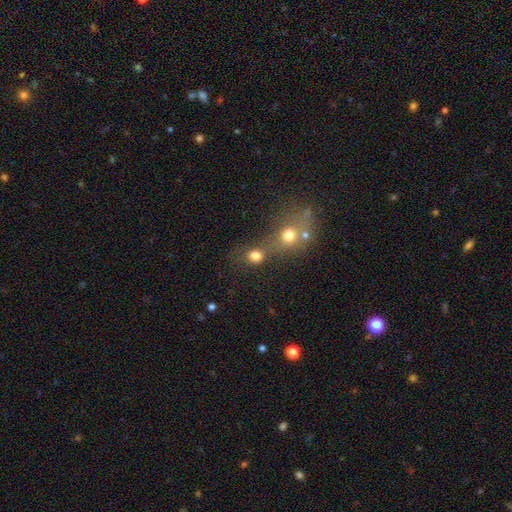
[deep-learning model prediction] A smooth galaxy with no disk features (76%) that is round (78%).

Vote fractions:
- Smooth or featured? smooth: 76% / star or artifact: 15% / featured or disk: 9%
- How rounded? round: 78% / in between: 20% / cigar-shaped: 2%
- Merging? none: 44% / merger: 42% / minor disturbance: 8% / major disturbance: 6%